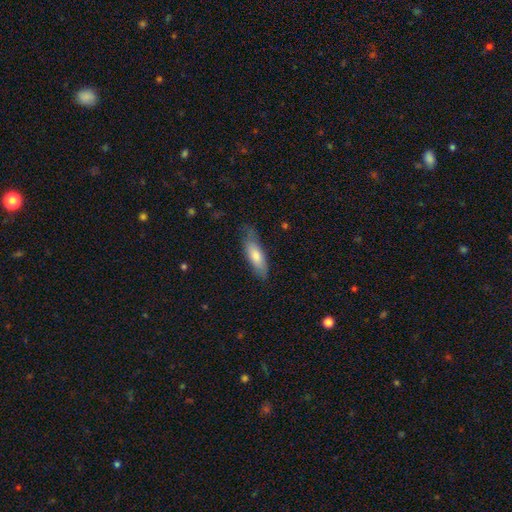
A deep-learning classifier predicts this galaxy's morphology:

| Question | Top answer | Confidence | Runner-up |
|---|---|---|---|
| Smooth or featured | smooth | 71% | featured or disk (23%) |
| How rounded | in between | 50% | cigar-shaped (48%) |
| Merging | none | 71% | minor disturbance (23%) |